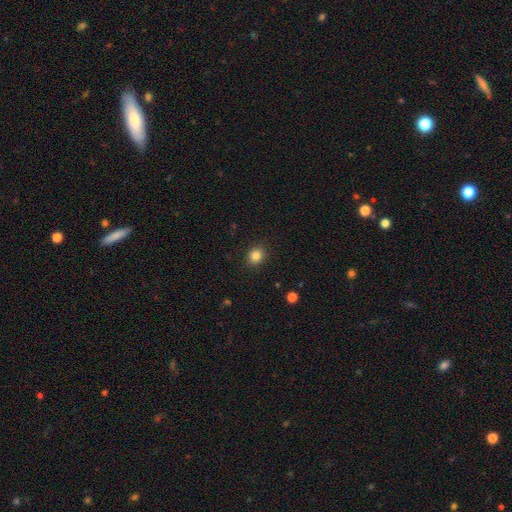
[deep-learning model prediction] Smooth or featured: smooth — 84% (star or artifact — 11%)
How rounded: round — 66% (in between — 33%)
Merging: none — 89% (minor disturbance — 7%)